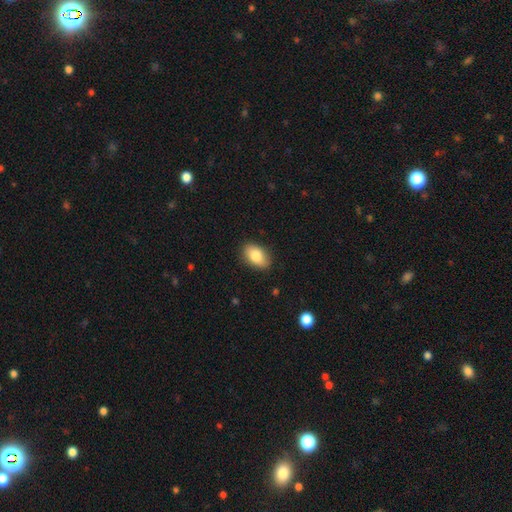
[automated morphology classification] Smooth or featured? Predicted: smooth (p=0.84). How rounded? Predicted: in between (p=0.91). Merging? Predicted: none (p=0.85).